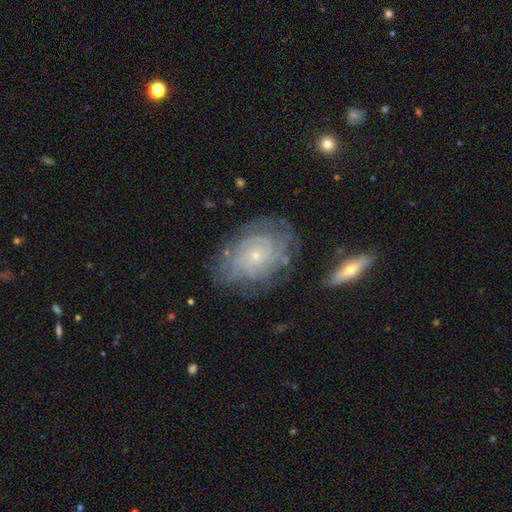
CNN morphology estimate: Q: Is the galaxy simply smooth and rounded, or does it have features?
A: featured or disk — 77%.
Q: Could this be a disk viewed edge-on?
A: no — 96%.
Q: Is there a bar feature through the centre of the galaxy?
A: no — 83%.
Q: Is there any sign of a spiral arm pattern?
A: yes — 90%.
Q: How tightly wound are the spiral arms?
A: tight — 75%.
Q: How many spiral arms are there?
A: can't tell — 49%.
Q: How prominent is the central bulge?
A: small — 83%.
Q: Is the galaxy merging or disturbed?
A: none — 74%.